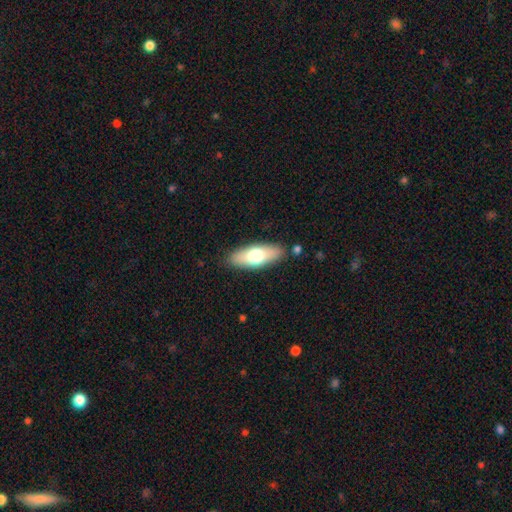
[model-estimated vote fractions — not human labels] Q: Smooth or featured?
A: smooth (65%); runner-up: featured or disk (28%)
Q: How rounded?
A: in between (68%); runner-up: cigar-shaped (29%)
Q: Merging?
A: none (85%); runner-up: minor disturbance (10%)